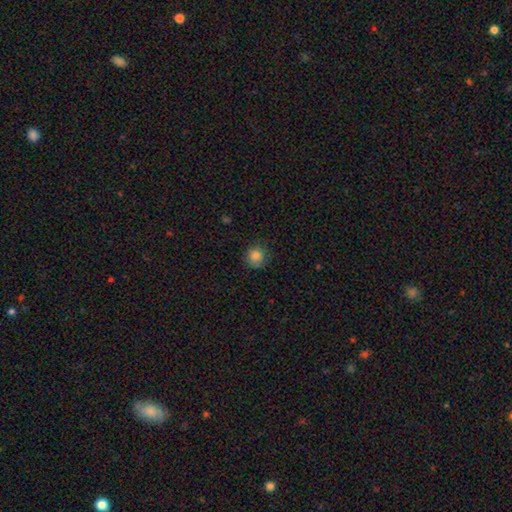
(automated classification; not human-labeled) The model was most divided on "merging": none: 78%, minor disturbance: 16%, major disturbance: 4%, merger: 1%. More confident: how rounded — round (90%); smooth or featured — smooth (83%).